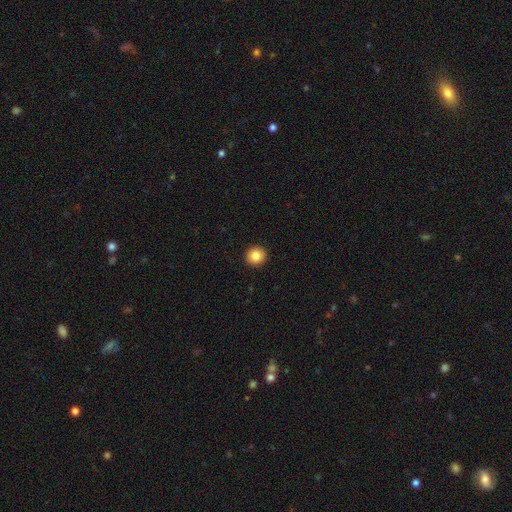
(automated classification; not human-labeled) The model was most divided on "smooth or featured": smooth: 85%, star or artifact: 9%, featured or disk: 6%. More confident: merging — none (94%); how rounded — round (93%).